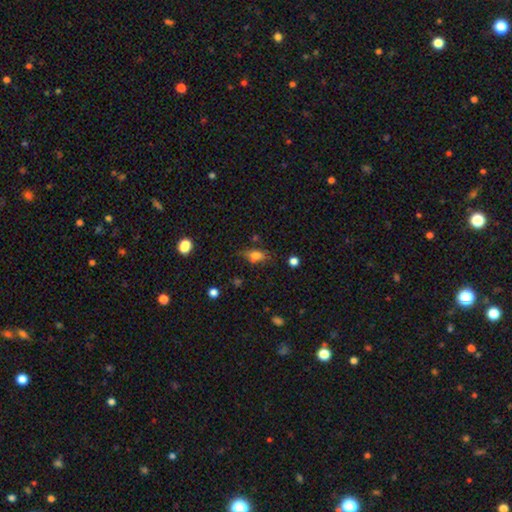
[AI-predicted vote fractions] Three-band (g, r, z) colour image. It shows a smooth galaxy with no disk features (67%) that is in between round and cigar-shaped (74%). Merging: none (66%).